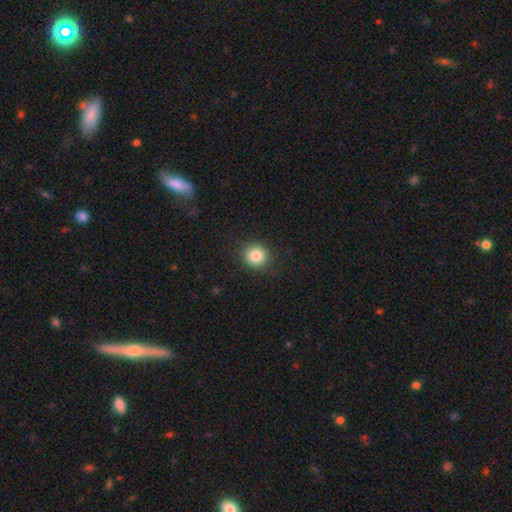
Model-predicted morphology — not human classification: Q: Smooth or featured?
A: smooth (84%); runner-up: star or artifact (11%)
Q: How rounded?
A: round (89%); runner-up: in between (10%)
Q: Merging?
A: none (88%); runner-up: minor disturbance (8%)